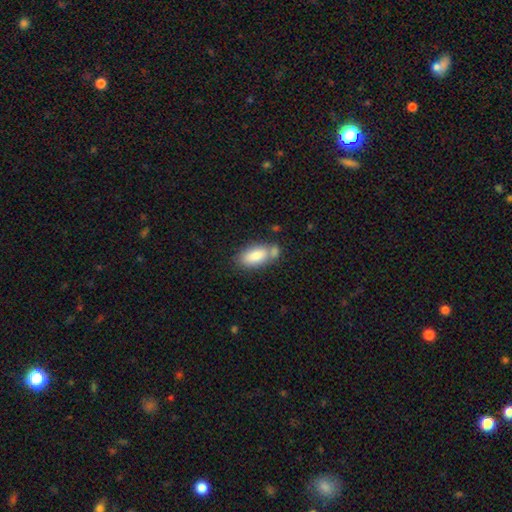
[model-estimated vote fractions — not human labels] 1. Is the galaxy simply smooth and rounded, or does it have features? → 82% smooth, 11% featured or disk, 7% star or artifact.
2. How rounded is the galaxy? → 90% in between, 7% cigar-shaped, 3% round.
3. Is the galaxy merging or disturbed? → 52% none, 26% merger, 17% minor disturbance, 5% major disturbance.